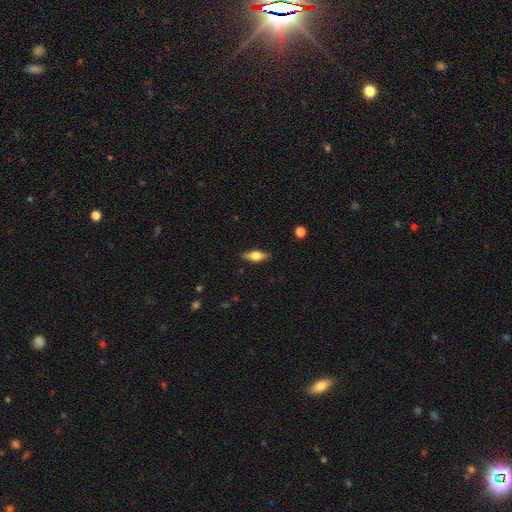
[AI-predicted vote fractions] This is possibly a smooth galaxy (52%). How rounded: likely in between (67%). Merging: clearly none (86%).